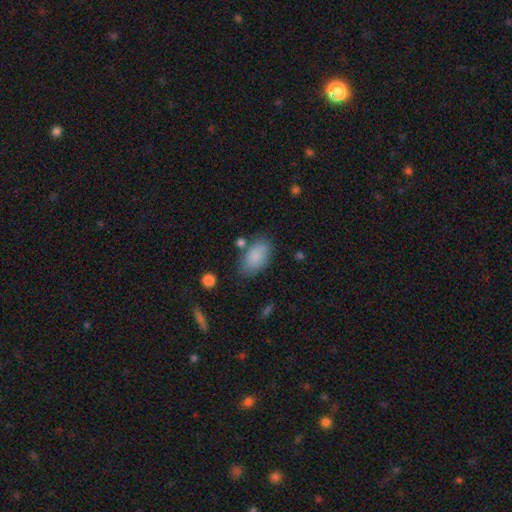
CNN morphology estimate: Overall: smooth (85%). How rounded: in between (93%). Merging: none (72%).